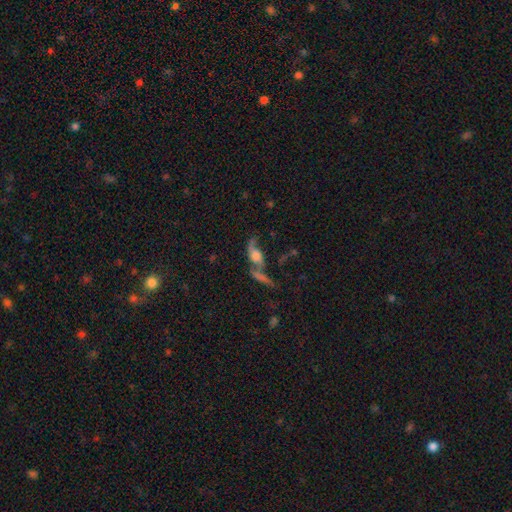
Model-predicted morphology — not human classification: featured or disk 54%, smooth 34%, star or artifact 12%. Down the decision tree: edge-on disk — no (76%); merging — merger (38%).